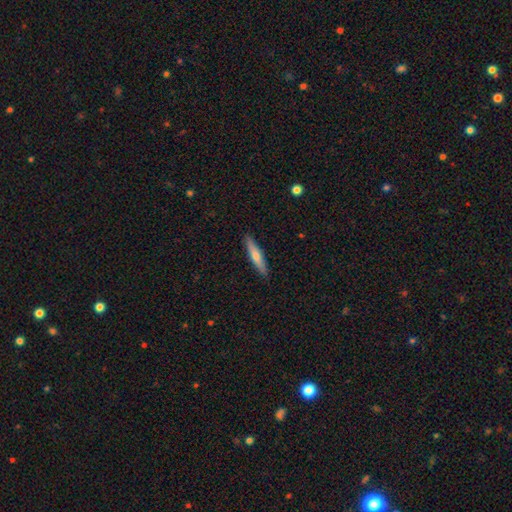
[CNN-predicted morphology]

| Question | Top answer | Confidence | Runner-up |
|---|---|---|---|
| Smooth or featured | smooth | 55% | featured or disk (40%) |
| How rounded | cigar-shaped | 89% | in between (9%) |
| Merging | none | 91% | minor disturbance (7%) |